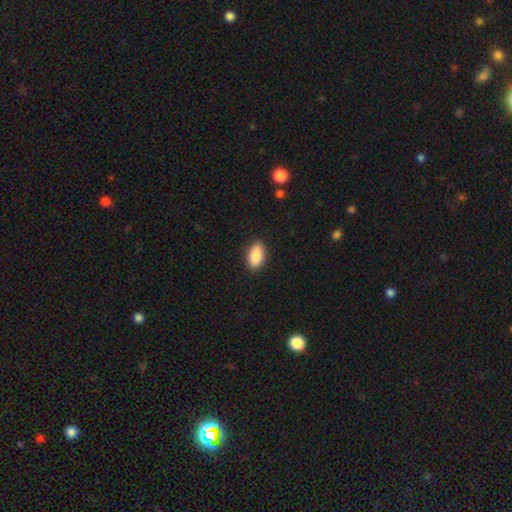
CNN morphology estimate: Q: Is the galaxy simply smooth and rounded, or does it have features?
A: smooth — 90%.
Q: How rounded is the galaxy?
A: in between — 93%.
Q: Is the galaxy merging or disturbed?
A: none — 90%.